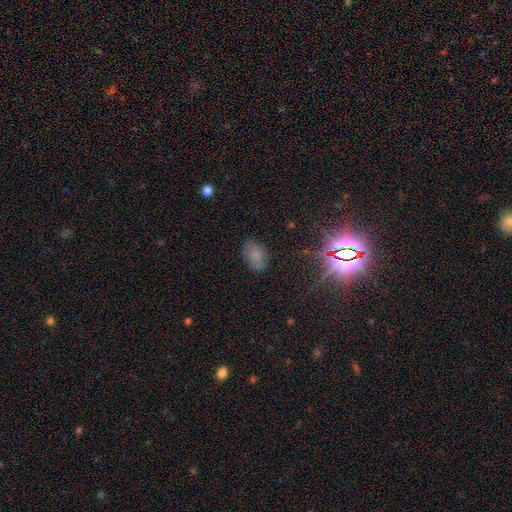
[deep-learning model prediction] Q: Smooth or featured?
A: smooth (73%); runner-up: star or artifact (17%)
Q: How rounded?
A: in between (87%); runner-up: round (11%)
Q: Merging?
A: none (77%); runner-up: minor disturbance (16%)